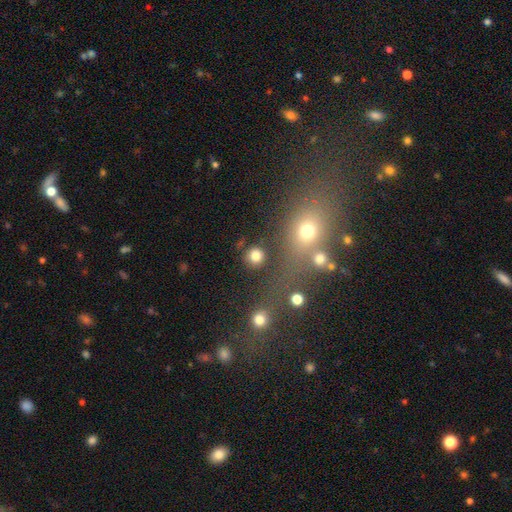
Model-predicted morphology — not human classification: This appears to be a smooth galaxy with no disk features (82%) that is round (92%). Merging: none (83%).